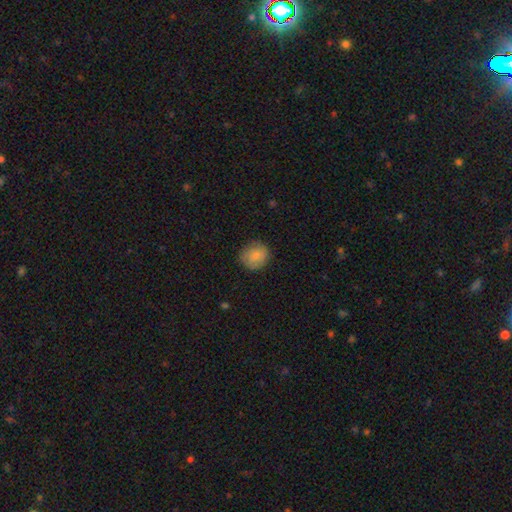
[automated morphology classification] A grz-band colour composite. It shows a smooth galaxy with no disk features (83%) that is round (83%). Merging: none (80%).